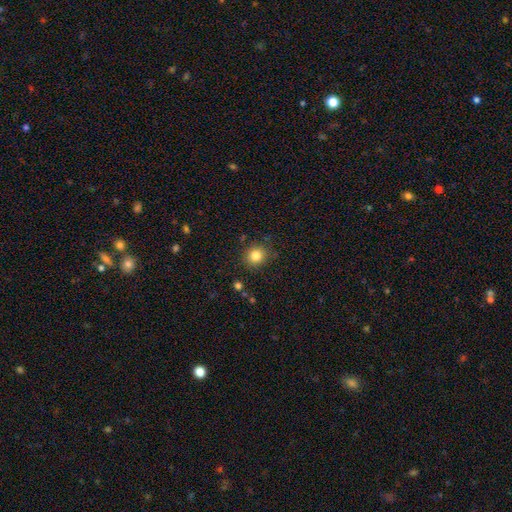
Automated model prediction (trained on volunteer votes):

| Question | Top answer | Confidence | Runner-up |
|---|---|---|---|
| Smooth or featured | smooth | 83% | star or artifact (11%) |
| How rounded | round | 84% | in between (15%) |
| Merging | none | 86% | minor disturbance (10%) |